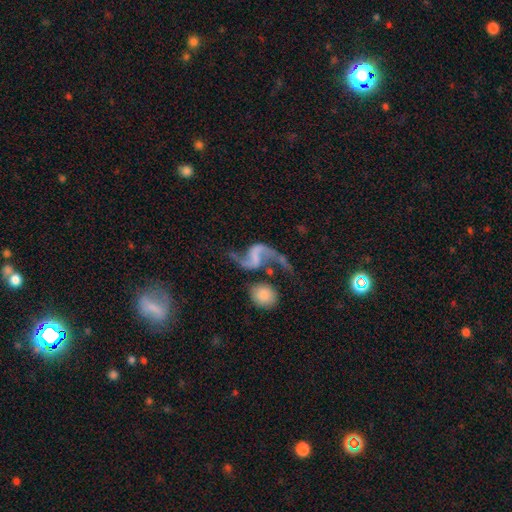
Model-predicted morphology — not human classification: smooth-or-featured: featured or disk: 88% | smooth: 7% | star or artifact: 6%
  disk-edge-on: no: 98% | yes: 2%
    bar: weak: 41% | no: 35% | strong: 25%
    has-spiral-arms: yes: 96% | no: 4%
      spiral-winding: loose: 89% | medium: 9% | tight: 2%
      spiral-arm-count: 2: 93% | 1: 2% | can't tell: 1% | 3: 1% | 4: 1% | more than 4: 1%
    bulge-size: none: 59% | small: 22% | moderate: 12% | large: 5% | dominant: 2%
  merging: none: 53% | major disturbance: 16% | minor disturbance: 16% | merger: 15%